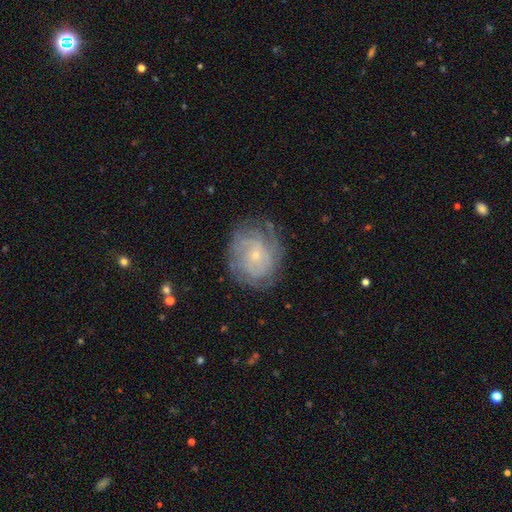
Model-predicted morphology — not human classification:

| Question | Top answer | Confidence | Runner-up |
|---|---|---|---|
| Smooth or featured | featured or disk | 75% | smooth (18%) |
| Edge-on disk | no | 97% | yes (3%) |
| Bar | no | 76% | weak (21%) |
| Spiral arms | yes | 88% | no (12%) |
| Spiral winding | tight | 65% | medium (26%) |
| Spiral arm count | can't tell | 47% | 2 (17%) |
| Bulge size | small | 81% | moderate (14%) |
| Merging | none | 72% | minor disturbance (18%) |